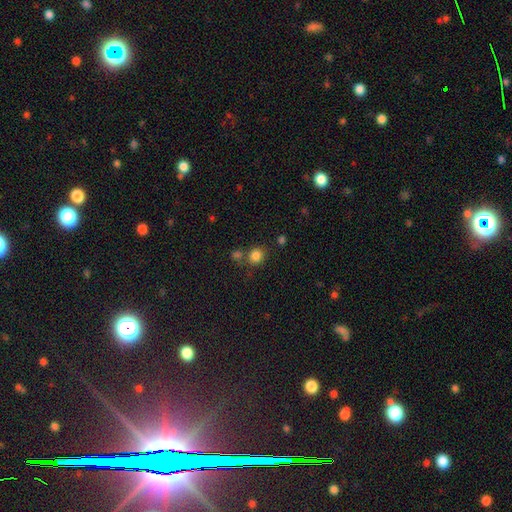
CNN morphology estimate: smooth 83%, star or artifact 13%, featured or disk 5%. Down the decision tree: how rounded — round (83%); merging — none (68%).